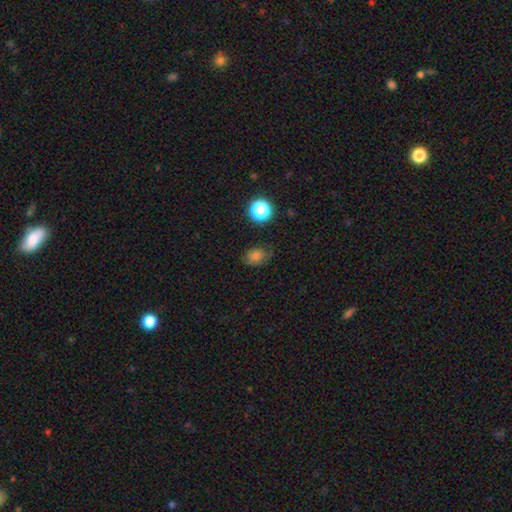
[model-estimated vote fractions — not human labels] A smooth galaxy with no disk features (74%) that is in between round and cigar-shaped (65%). Merging: none (73%).